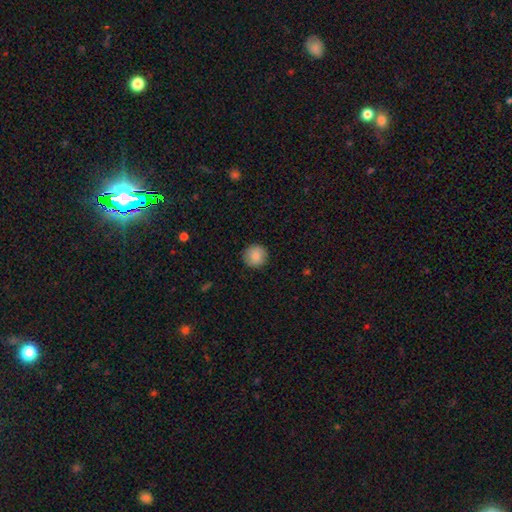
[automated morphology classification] Smooth or featured? smooth (87%)
How rounded? round (94%)
Merging? none (91%)